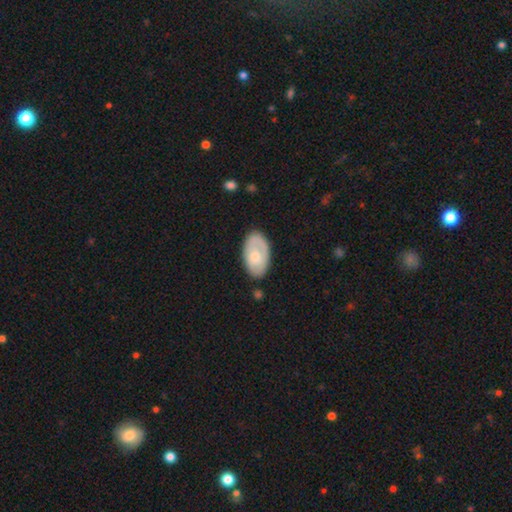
Smooth or featured: featured or disk — 49% (smooth — 46%)
Edge-on disk: no — 94% (yes — 6%)
Bar: no — 88% (weak — 12%)
Spiral arms: no — 76% (yes — 24%)
Bulge size: small — 53% (moderate — 41%)
Merging: none — 83% (minor disturbance — 9%)